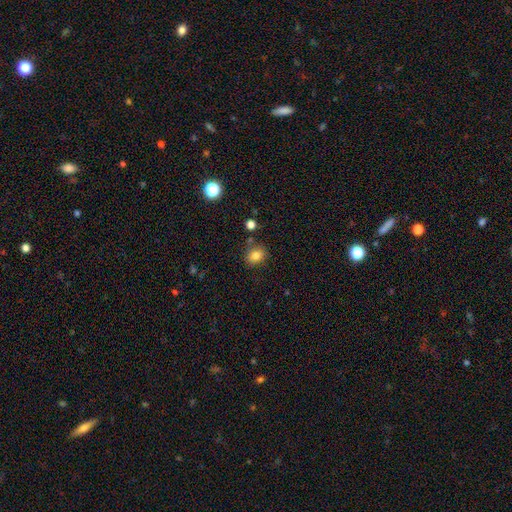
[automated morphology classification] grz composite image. It shows a smooth galaxy with no disk features (81%) that is round (57%). Merging: none (78%).